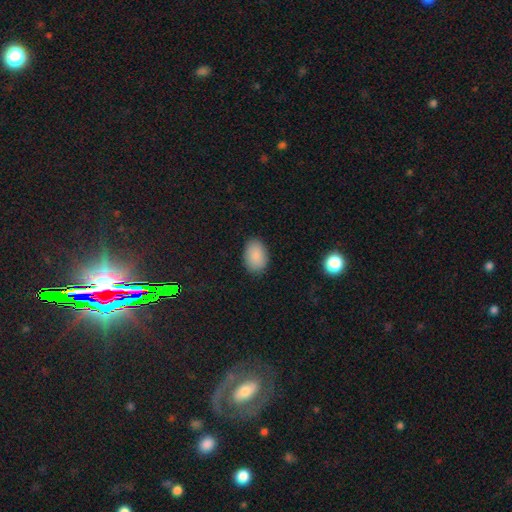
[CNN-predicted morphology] A smooth galaxy with no disk features (88%) that is in between round and cigar-shaped (86%). Merging: none (87%).